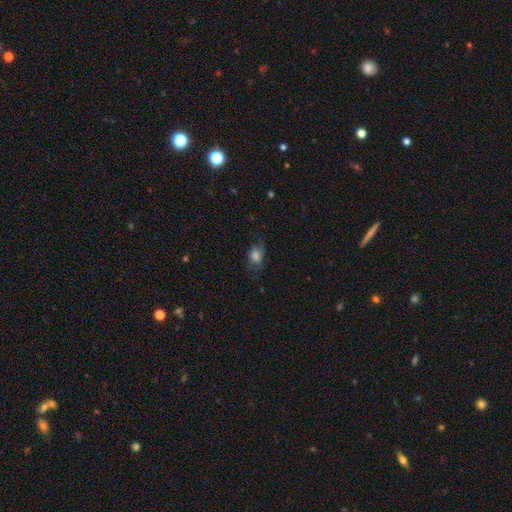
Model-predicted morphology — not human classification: Overall: smooth (67%). How rounded: in between (57%; round 41%). Merging: none (52%; minor disturbance 28%).